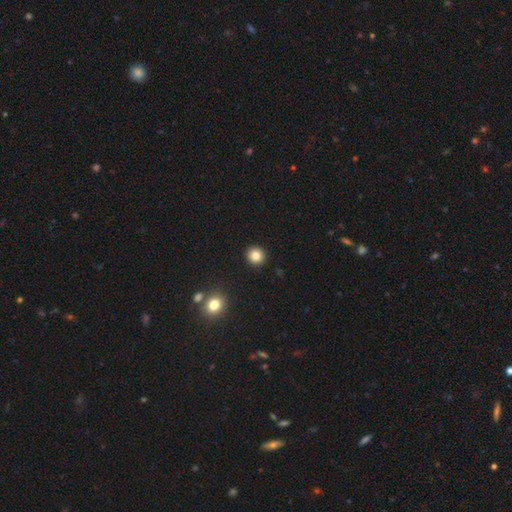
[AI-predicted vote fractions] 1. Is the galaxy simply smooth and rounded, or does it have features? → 83% smooth, 11% star or artifact, 6% featured or disk.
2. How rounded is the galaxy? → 91% round, 8% in between, 1% cigar-shaped.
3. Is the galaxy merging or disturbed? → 93% none, 4% minor disturbance, 2% major disturbance, 1% merger.